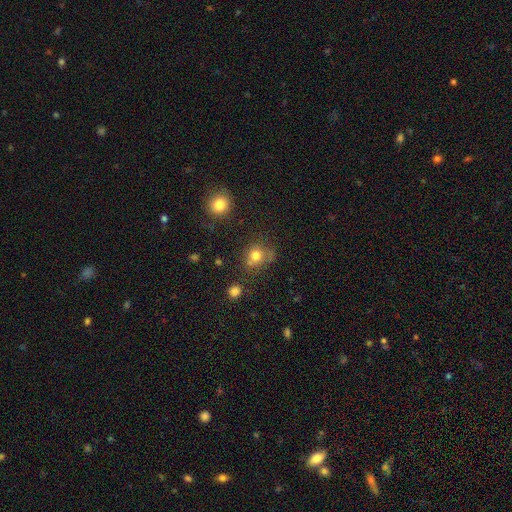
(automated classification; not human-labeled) Overall: smooth (76%). How rounded: round (80%). Merging: none (59%).